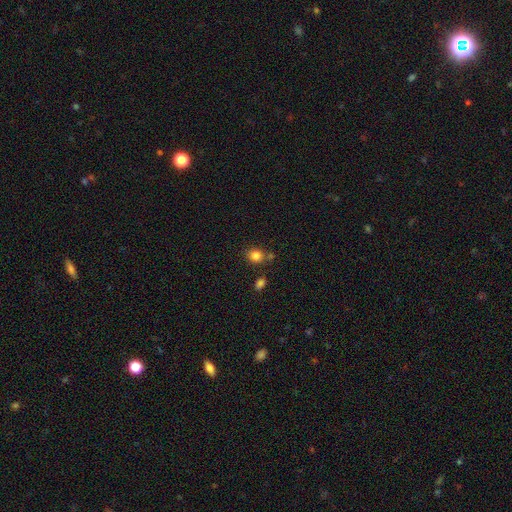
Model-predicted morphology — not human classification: smooth-or-featured: smooth: 84% | star or artifact: 11% | featured or disk: 5%
  how-rounded: round: 67% | in between: 32% | cigar-shaped: 1%
  merging: none: 71% | minor disturbance: 12% | merger: 12% | major disturbance: 4%